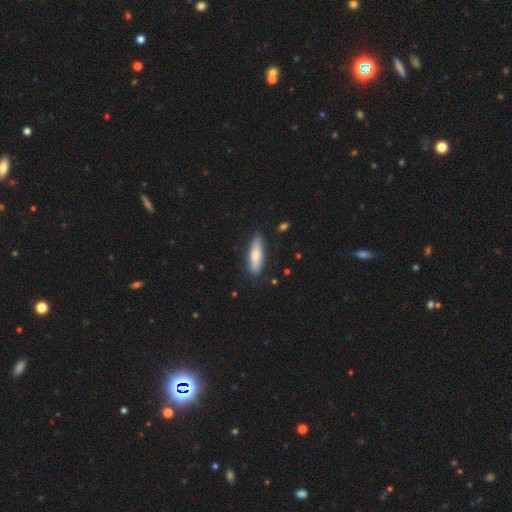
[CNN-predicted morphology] The model was most divided on "how rounded": cigar-shaped: 61%, in between: 37%, round: 2%. More confident: merging — none (83%); smooth or featured — smooth (72%).